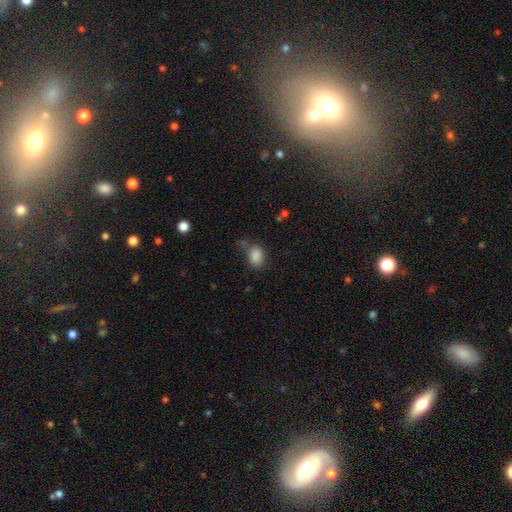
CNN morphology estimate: This appears to be a smooth galaxy with no disk features (87%) that is in between round and cigar-shaped (75%). Merging: none (64%).